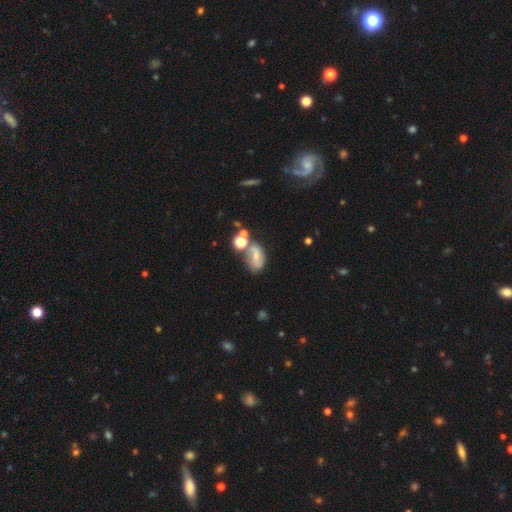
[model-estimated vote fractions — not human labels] The model was most divided on "smooth or featured": smooth: 49%, featured or disk: 35%, star or artifact: 16%. Remaining: merging — none (39%).